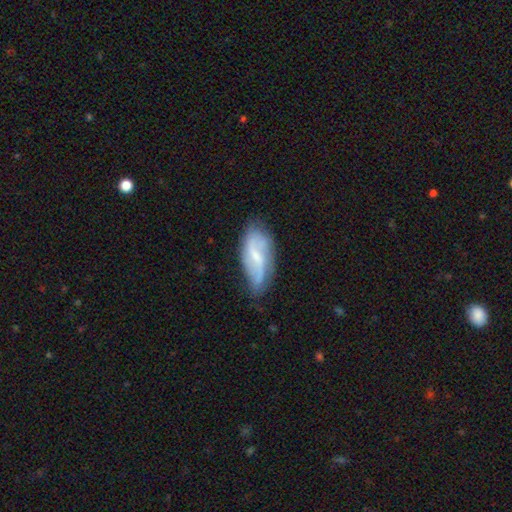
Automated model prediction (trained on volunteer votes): Smooth or featured? Predicted: featured or disk (p=0.64). Edge-on disk? Predicted: no (p=0.91). Bar? Predicted: weak (p=0.49). Spiral arms? Predicted: yes (p=0.84). Bulge size? Predicted: small (p=0.55). Merging? Predicted: none (p=0.56).